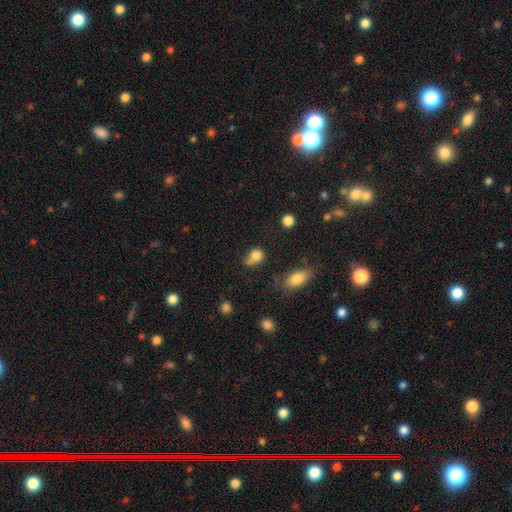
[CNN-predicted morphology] type=smooth (79%); roundness=round (59%); merging=none (38%).